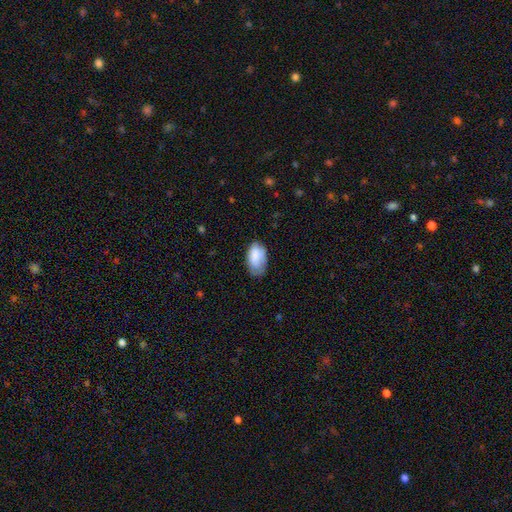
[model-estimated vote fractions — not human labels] Smooth or featured: smooth — 82% (featured or disk — 11%)
How rounded: in between — 94% (round — 5%)
Merging: none — 59% (minor disturbance — 31%)